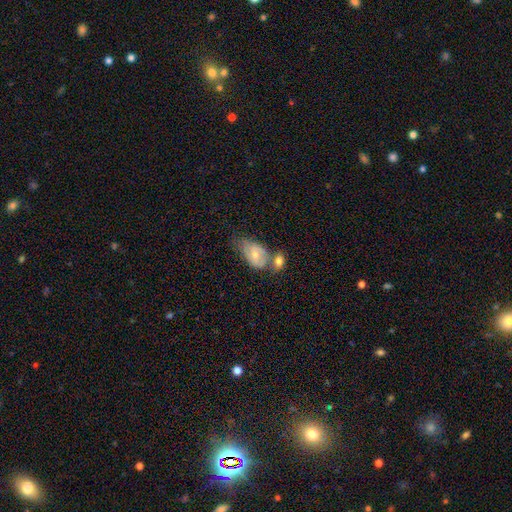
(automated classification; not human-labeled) A smooth galaxy with no disk features (65%) that is in between round and cigar-shaped (88%). Merging: merger (41%).